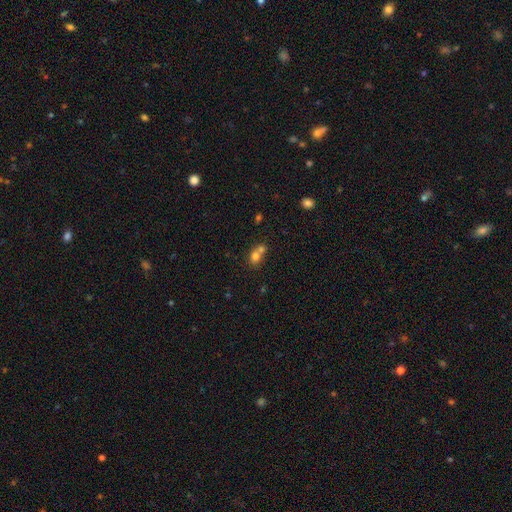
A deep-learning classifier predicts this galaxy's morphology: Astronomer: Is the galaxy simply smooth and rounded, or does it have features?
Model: smooth — 73%.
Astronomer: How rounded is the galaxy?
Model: round — 60% (runner-up: in between, 38%).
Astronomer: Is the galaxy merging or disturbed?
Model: merger — 63%.